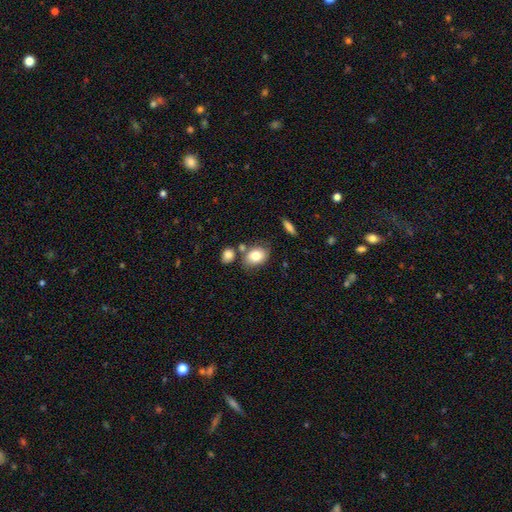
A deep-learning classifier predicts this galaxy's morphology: Smooth or featured? Predicted: smooth (p=0.79). How rounded? Predicted: in between (p=0.73). Merging? Predicted: none (p=0.63).